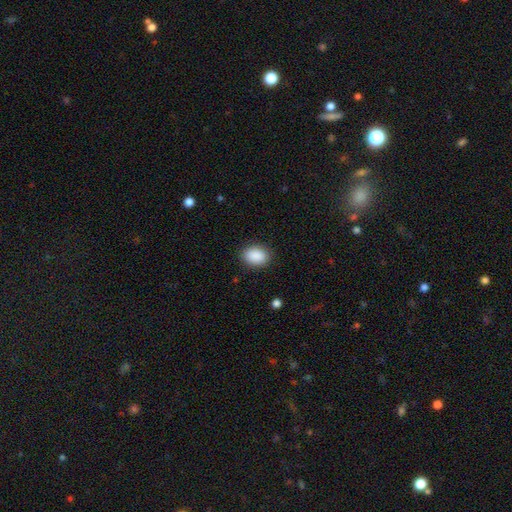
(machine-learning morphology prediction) Smooth or featured?
  - smooth: 90% *
  - star or artifact: 7%
  - featured or disk: 3%
How rounded?
  - in between: 77% *
  - round: 22%
  - cigar-shaped: 1%
Merging?
  - none: 87% *
  - minor disturbance: 9%
  - major disturbance: 3%
  - merger: 1%